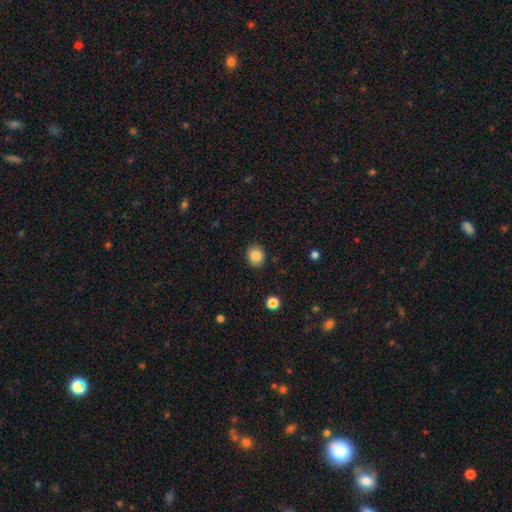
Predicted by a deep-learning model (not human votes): A smooth galaxy with no disk features (86%) that is round (64%).

Vote fractions:
- Smooth or featured? smooth: 86% / star or artifact: 9% / featured or disk: 5%
- How rounded? round: 64% / in between: 35% / cigar-shaped: 1%
- Merging? none: 88% / minor disturbance: 9% / major disturbance: 2% / merger: 1%